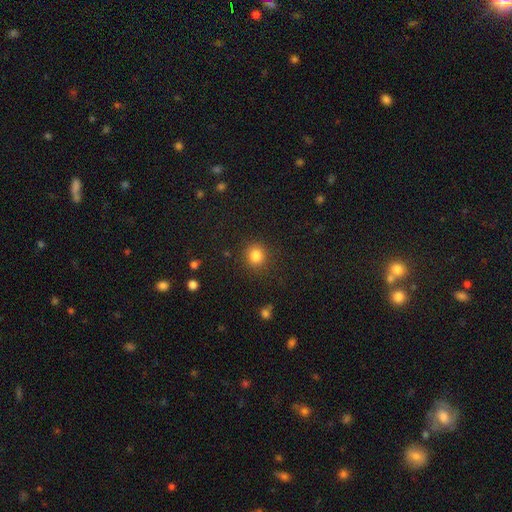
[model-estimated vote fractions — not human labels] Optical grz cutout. It shows a smooth galaxy with no disk features (84%) that is round (88%). Merging: none (88%).